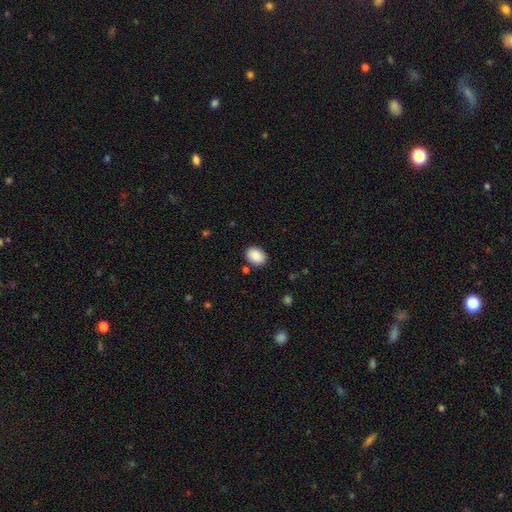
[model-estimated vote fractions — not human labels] smooth_or_featured: smooth (p=0.88) [alt: star or artifact p=0.07]
how_rounded: in between (p=0.69) [alt: round p=0.30]
merging: none (p=0.86) [alt: minor disturbance p=0.09]